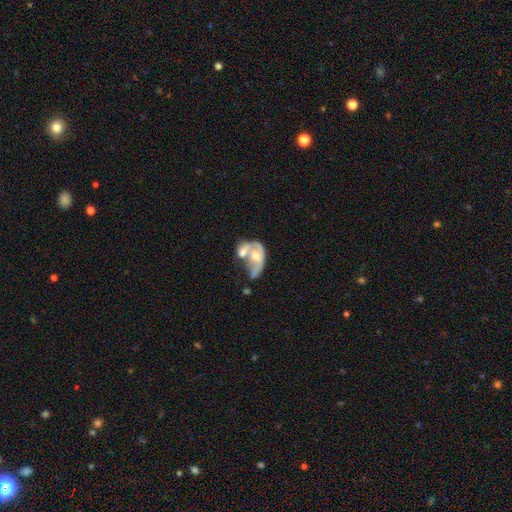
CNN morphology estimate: Smooth or featured?
  - featured or disk: 57% *
  - smooth: 36%
  - star or artifact: 7%
Edge-on disk?
  - no: 95% *
  - yes: 5%
Bar?
  - no: 81% *
  - weak: 15%
  - strong: 4%
Spiral arms?
  - no: 61% *
  - yes: 39%
Bulge size?
  - moderate: 64% *
  - small: 20%
  - large: 9%
  - none: 5%
  - dominant: 2%
Merging?
  - merger: 66% *
  - major disturbance: 17%
  - none: 9%
  - minor disturbance: 8%